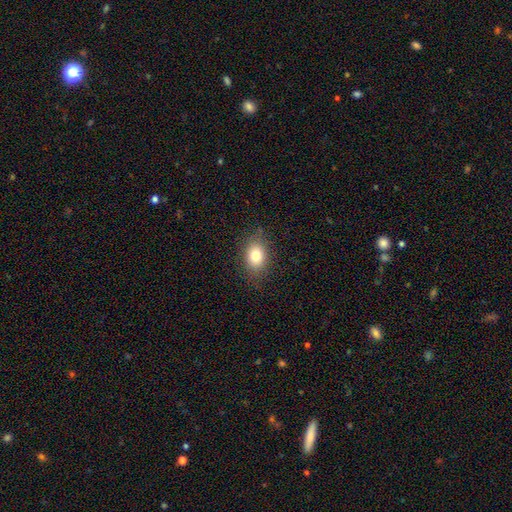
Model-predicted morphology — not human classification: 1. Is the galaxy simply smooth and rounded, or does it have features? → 80% smooth, 11% featured or disk, 10% star or artifact.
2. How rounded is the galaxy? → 78% in between, 20% round, 2% cigar-shaped.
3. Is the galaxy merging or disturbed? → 83% none, 13% minor disturbance, 4% major disturbance, 1% merger.